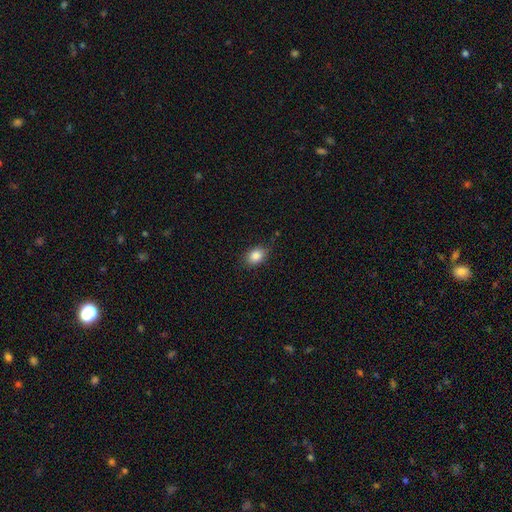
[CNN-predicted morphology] Smooth or featured? Predicted: smooth (p=0.86). How rounded? Predicted: in between (p=0.67). Merging? Predicted: none (p=0.81).